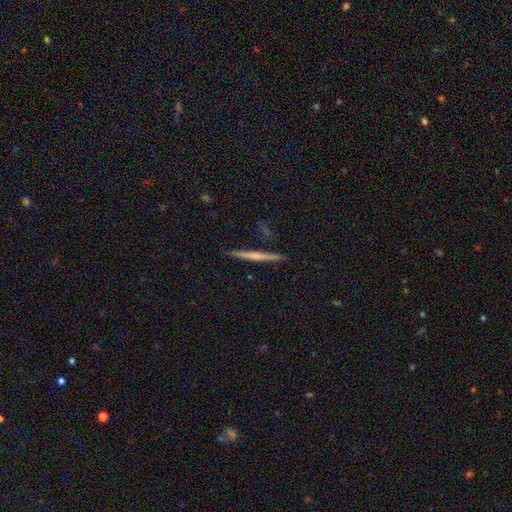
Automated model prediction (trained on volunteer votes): Smooth or featured? Predicted: featured or disk (p=0.55). Edge-on disk? Predicted: yes (p=0.98). Edge-on bulge? Predicted: none (p=0.60). Merging? Predicted: none (p=0.90).